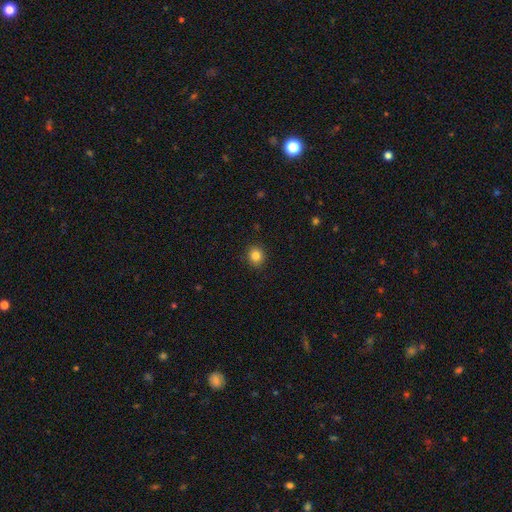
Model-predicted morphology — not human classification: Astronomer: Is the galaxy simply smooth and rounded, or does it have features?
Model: smooth — 84%.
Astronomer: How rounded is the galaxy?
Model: round — 85%.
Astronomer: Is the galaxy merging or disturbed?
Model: none — 91%.